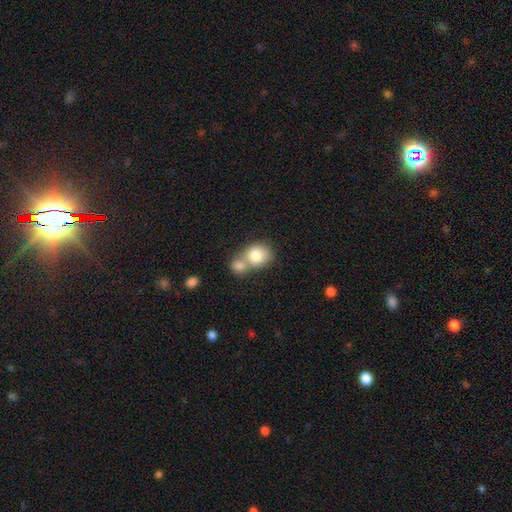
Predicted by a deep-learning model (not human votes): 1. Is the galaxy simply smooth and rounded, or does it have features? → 82% smooth, 11% featured or disk, 8% star or artifact.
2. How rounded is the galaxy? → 64% round, 35% in between, 1% cigar-shaped.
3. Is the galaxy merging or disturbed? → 62% merger, 27% none, 7% minor disturbance, 3% major disturbance.